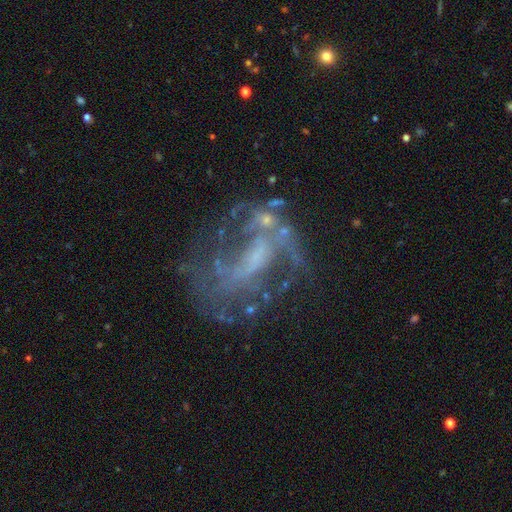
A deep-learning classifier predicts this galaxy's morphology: This is likely a featured or disk galaxy (78%). It is clearly not viewed edge-on (97%). Bar: marginally weak (43%). Spiral arm pattern: likely yes (75%). Spiral arm count: possibly 2 (52%). Spiral winding: marginally medium (43%). Central bulge: marginally none (40%). Merging: possibly none (55%).